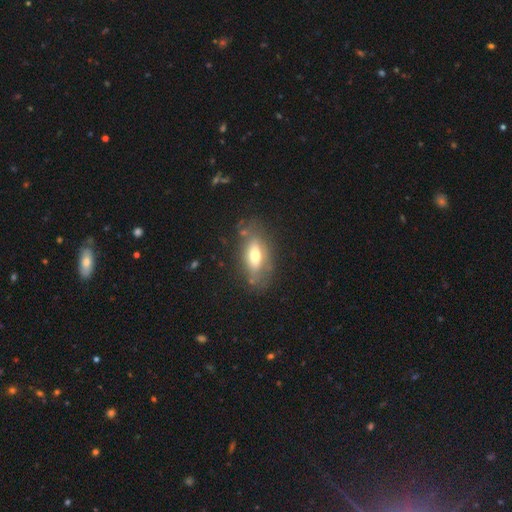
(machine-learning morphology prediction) type=smooth (59%); roundness=in between (81%); merging=none (70%).